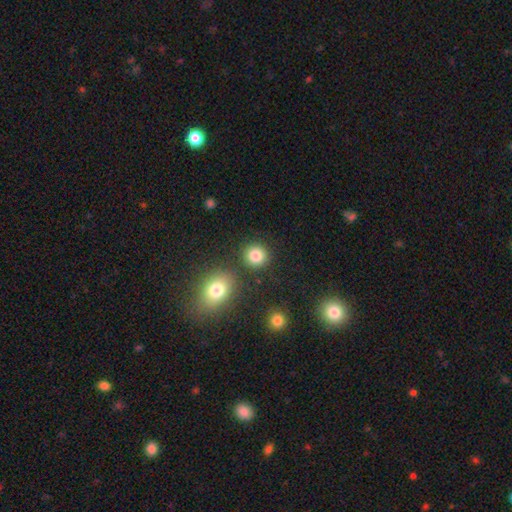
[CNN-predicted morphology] Smooth or featured?
  - smooth: 84% *
  - star or artifact: 11%
  - featured or disk: 5%
How rounded?
  - round: 89% *
  - in between: 10%
  - cigar-shaped: 1%
Merging?
  - none: 84% *
  - minor disturbance: 7%
  - merger: 6%
  - major disturbance: 3%